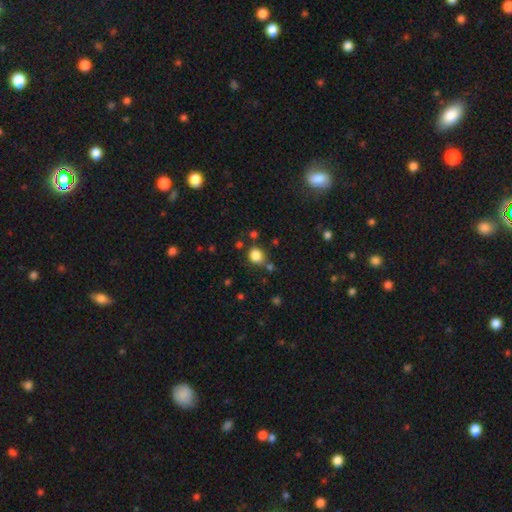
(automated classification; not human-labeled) Overall: smooth (84%). How rounded: round (76%). Merging: none (74%).